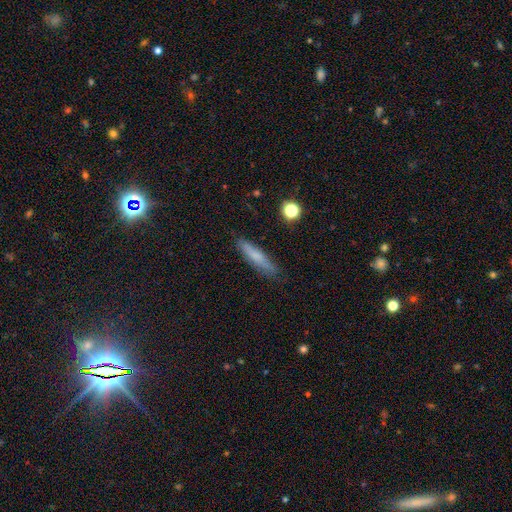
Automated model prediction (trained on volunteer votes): The model was most divided on "smooth or featured": smooth: 70%, featured or disk: 22%, star or artifact: 8%. More confident: how rounded — cigar-shaped (86%); merging — none (84%).